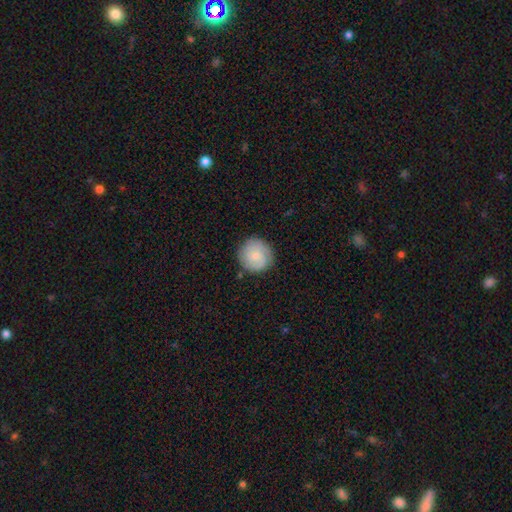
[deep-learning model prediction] Smooth or featured?
  - smooth: 54% *
  - featured or disk: 39%
  - star or artifact: 7%
How rounded?
  - round: 93% *
  - in between: 6%
  - cigar-shaped: 1%
Merging?
  - none: 85% *
  - minor disturbance: 11%
  - major disturbance: 3%
  - merger: 1%